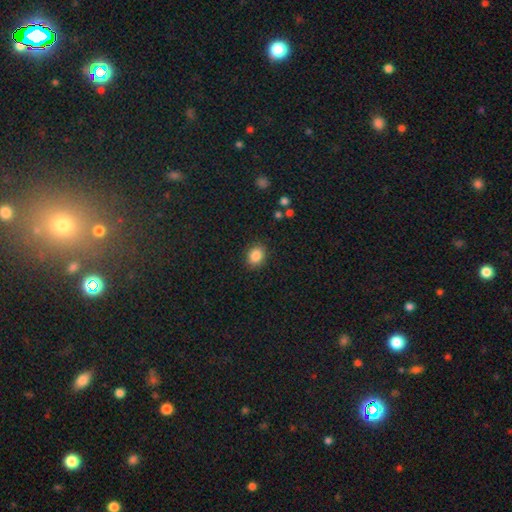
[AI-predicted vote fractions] Q: Smooth or featured?
A: smooth (86%); runner-up: star or artifact (9%)
Q: How rounded?
A: in between (50%); runner-up: round (49%)
Q: Merging?
A: none (88%); runner-up: minor disturbance (8%)